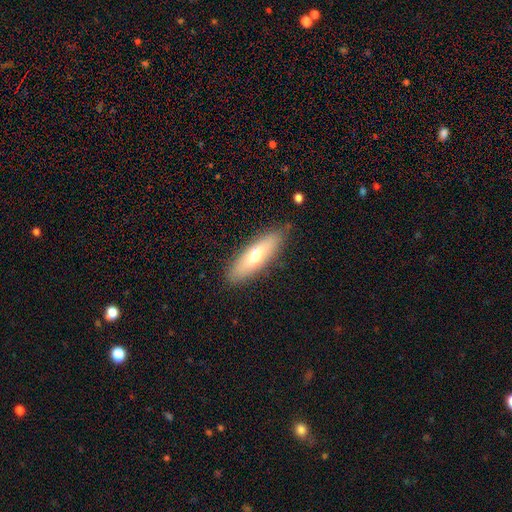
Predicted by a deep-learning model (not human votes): A smooth galaxy with no disk features (60%) that is cigar-shaped (55%).

Vote fractions:
- Smooth or featured? smooth: 60% / featured or disk: 34% / star or artifact: 6%
- How rounded? cigar-shaped: 55% / in between: 43% / round: 2%
- Merging? none: 85% / minor disturbance: 11% / major disturbance: 2% / merger: 1%